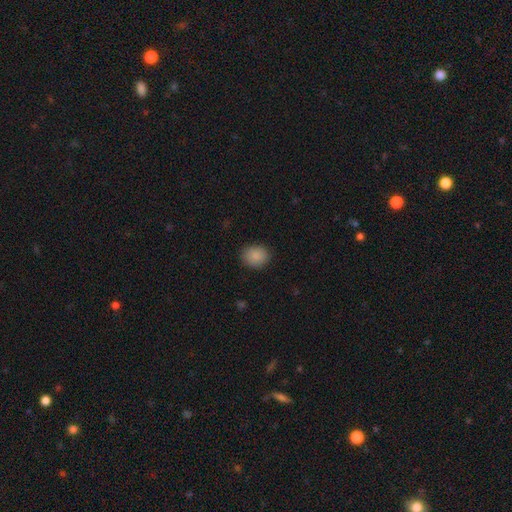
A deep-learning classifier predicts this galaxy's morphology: Smooth or featured?
  - smooth: 88% *
  - star or artifact: 9%
  - featured or disk: 3%
How rounded?
  - round: 62% *
  - in between: 37%
  - cigar-shaped: 1%
Merging?
  - none: 87% *
  - minor disturbance: 9%
  - major disturbance: 3%
  - merger: 1%